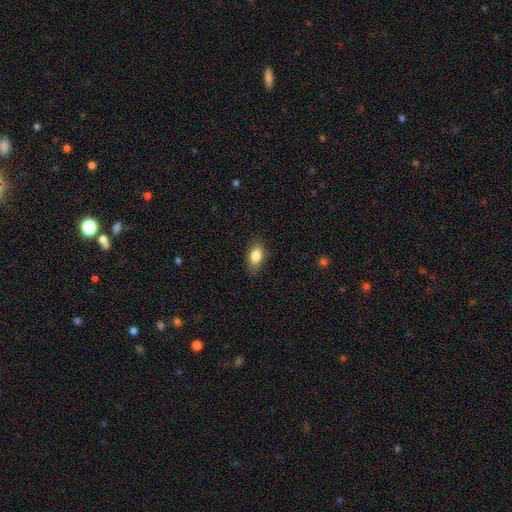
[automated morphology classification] Smooth or featured?
  - smooth: 83% *
  - featured or disk: 10%
  - star or artifact: 8%
How rounded?
  - in between: 87% *
  - round: 8%
  - cigar-shaped: 6%
Merging?
  - none: 84% *
  - minor disturbance: 12%
  - major disturbance: 3%
  - merger: 1%